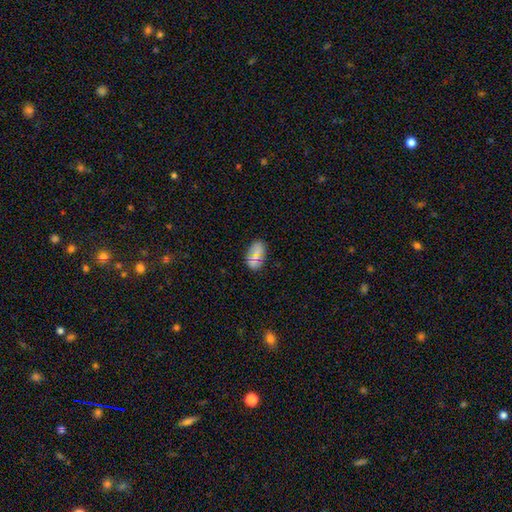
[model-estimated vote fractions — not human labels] smooth_or_featured: smooth (p=0.70) [alt: featured or disk p=0.17]
how_rounded: in between (p=0.91) [alt: round p=0.06]
merging: none (p=0.73) [alt: minor disturbance p=0.15]